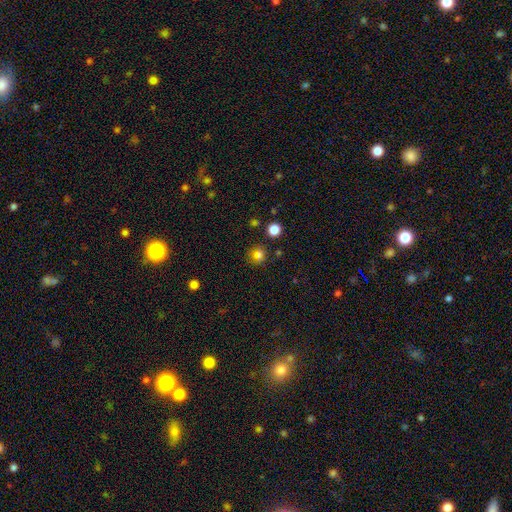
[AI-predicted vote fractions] smooth 74%, star or artifact 18%, featured or disk 8%. Down the decision tree: how rounded — round (90%); merging — none (83%).